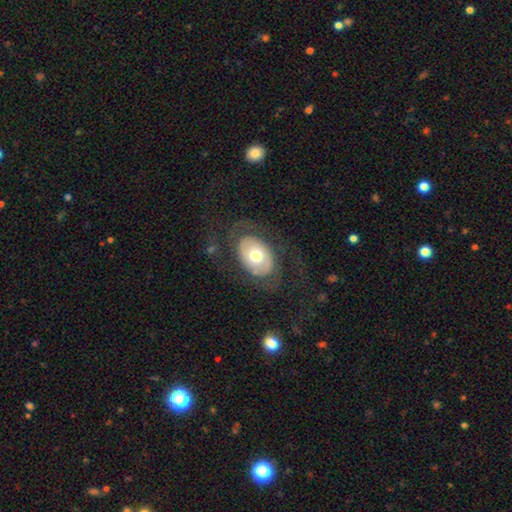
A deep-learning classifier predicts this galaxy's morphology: smooth 47% (tied), featured or disk 47% (tied), star or artifact 6%. Down the decision tree: merging — none (71%).